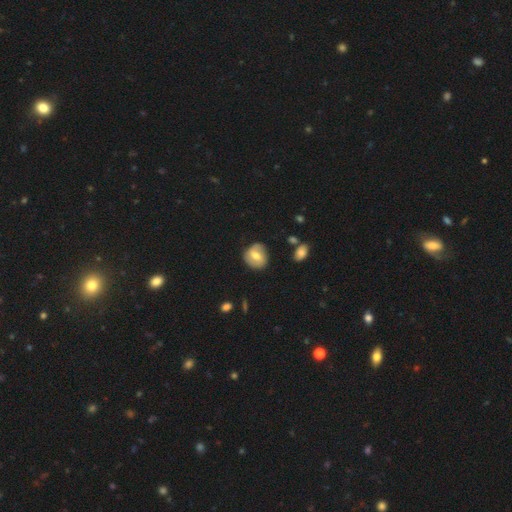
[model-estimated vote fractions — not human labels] Morphology: type=smooth (54%); roundness=round (75%); merging=none (75%).